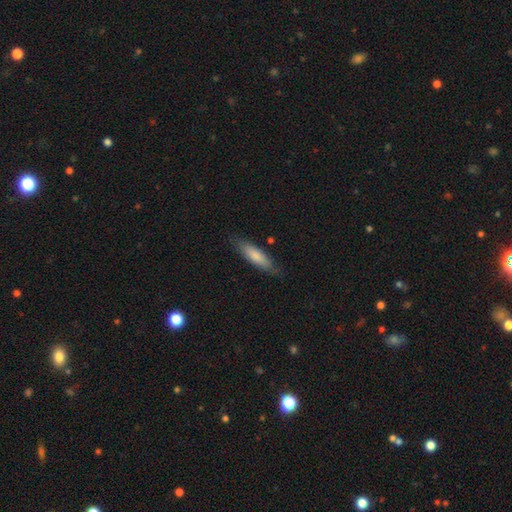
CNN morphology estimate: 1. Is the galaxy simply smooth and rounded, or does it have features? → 78% smooth, 17% featured or disk, 6% star or artifact.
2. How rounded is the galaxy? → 60% cigar-shaped, 39% in between, 1% round.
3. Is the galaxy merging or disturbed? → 79% none, 17% minor disturbance, 3% major disturbance, 1% merger.